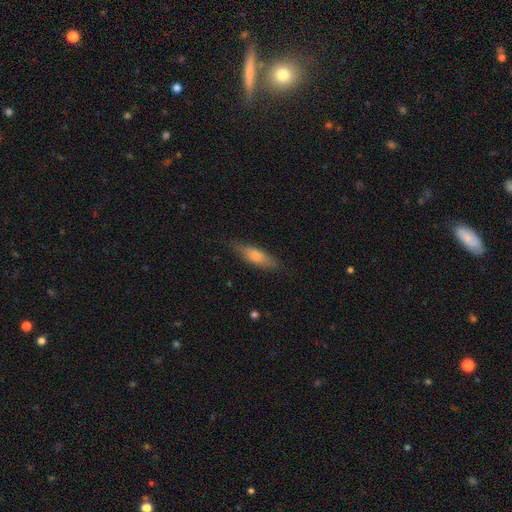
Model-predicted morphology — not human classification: Overall: smooth (75%). How rounded: cigar-shaped (51%; in between 47%). Merging: none (78%).